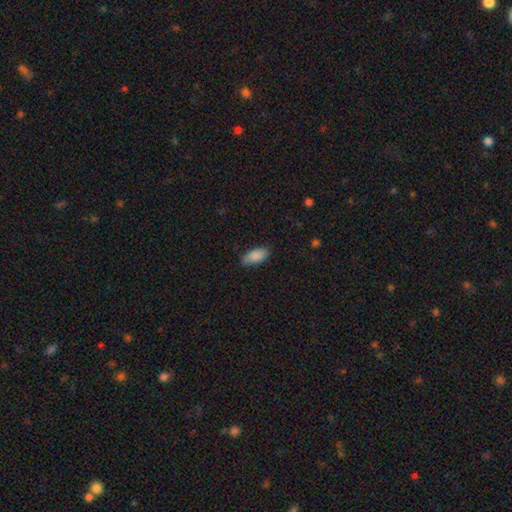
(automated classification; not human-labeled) A smooth galaxy with no disk features (88%) that is in between round and cigar-shaped (84%).

Vote fractions:
- Smooth or featured? smooth: 88% / star or artifact: 6% / featured or disk: 6%
- How rounded? in between: 84% / cigar-shaped: 14% / round: 2%
- Merging? none: 81% / minor disturbance: 16% / major disturbance: 3% / merger: 1%